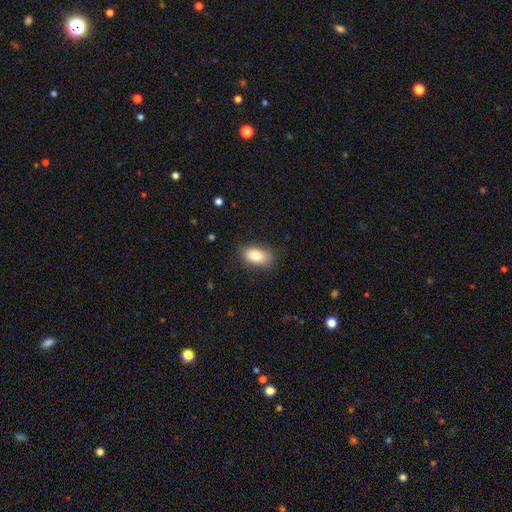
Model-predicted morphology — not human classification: This is clearly a smooth galaxy (84%). How rounded: clearly in between (92%). Merging: clearly none (82%).